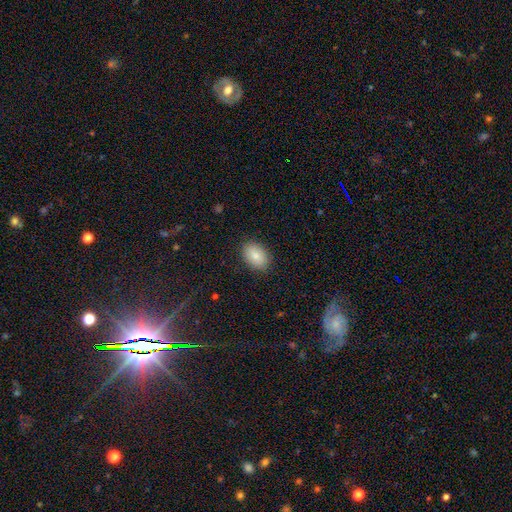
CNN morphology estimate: Smooth or featured? smooth (84%)
How rounded? in between (84%)
Merging? none (87%)